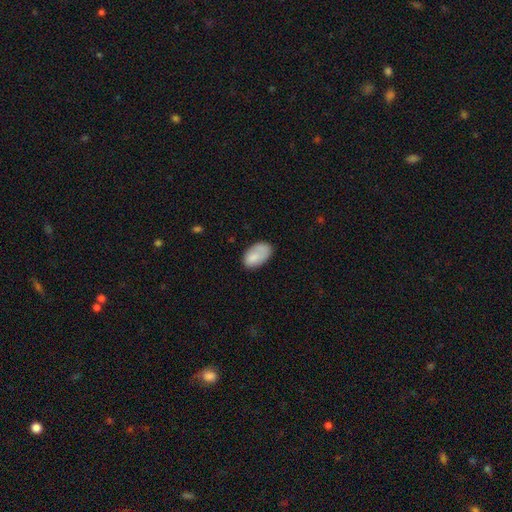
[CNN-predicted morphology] A smooth galaxy with no disk features (81%) that is in between round and cigar-shaped (93%). Merging: none (59%).